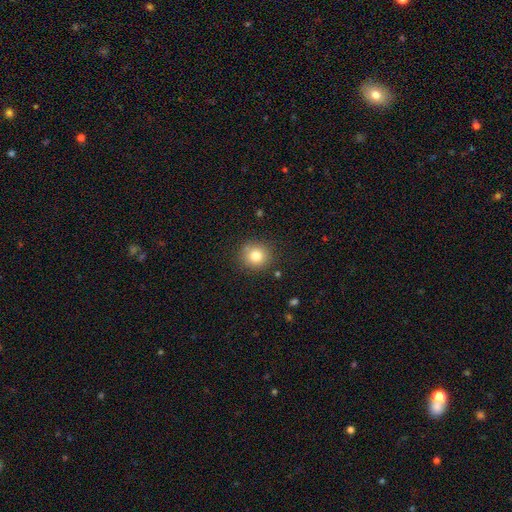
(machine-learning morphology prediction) This appears to be a smooth galaxy with no disk features (81%) that is round (89%). Merging: none (86%).